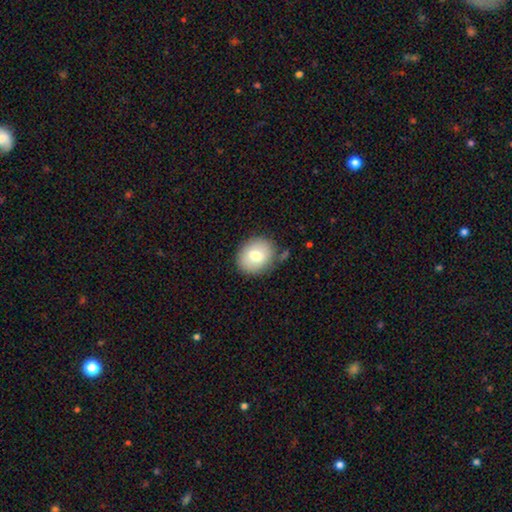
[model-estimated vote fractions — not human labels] Q: Smooth or featured?
A: smooth (76%); runner-up: featured or disk (16%)
Q: How rounded?
A: round (67%); runner-up: in between (32%)
Q: Merging?
A: none (81%); runner-up: minor disturbance (12%)